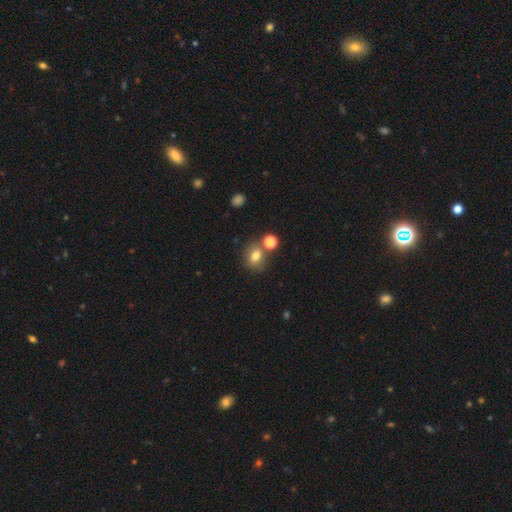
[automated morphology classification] type=smooth (75%); roundness=round (60%); merging=none (66%).